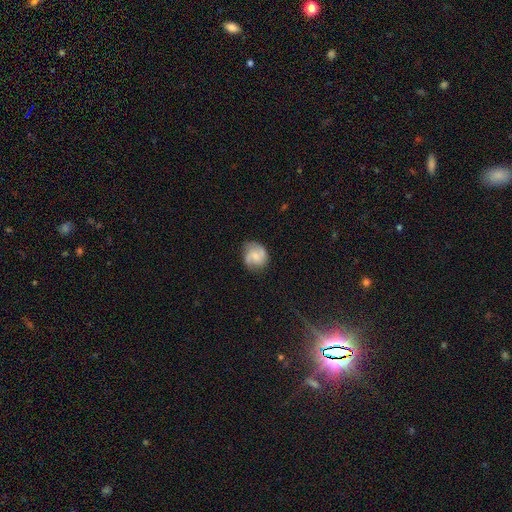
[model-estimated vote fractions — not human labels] The model was most divided on "bulge size": small: 51%, moderate: 31%, none: 14%, large: 2%, dominant: 1%. Remaining: edge-on disk — no (98%); spiral arms — yes (92%); merging — none (71%); spiral arm count — 2 (68%); smooth or featured — featured or disk (61%); bar — no (57%); spiral winding — medium (47%).